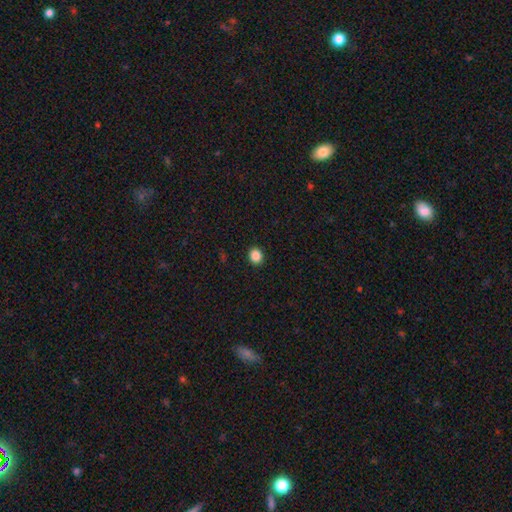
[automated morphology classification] Q: Smooth or featured?
A: smooth (87%); runner-up: star or artifact (10%)
Q: How rounded?
A: round (73%); runner-up: in between (26%)
Q: Merging?
A: none (92%); runner-up: minor disturbance (5%)